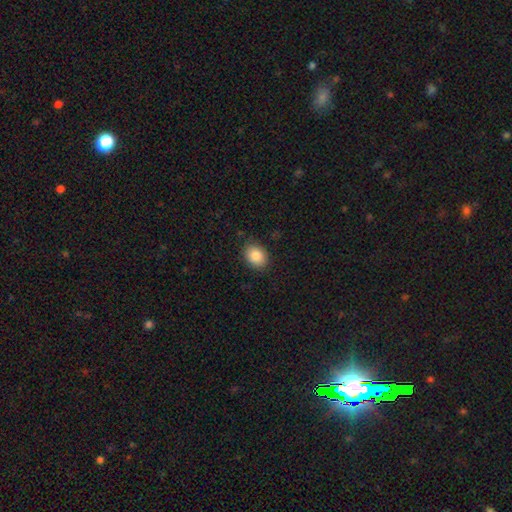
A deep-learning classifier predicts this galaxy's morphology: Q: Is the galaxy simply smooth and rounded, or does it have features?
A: smooth — 87%.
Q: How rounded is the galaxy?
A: in between — 61%.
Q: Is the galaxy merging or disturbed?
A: none — 85%.